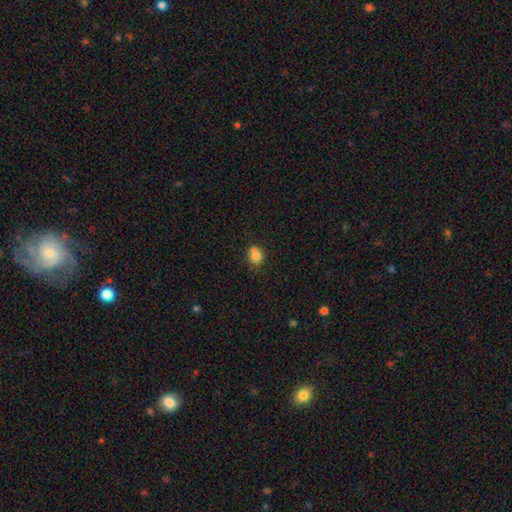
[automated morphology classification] A smooth galaxy with no disk features (79%) that is round (68%).

Vote fractions:
- Smooth or featured? smooth: 79% / star or artifact: 11% / featured or disk: 10%
- How rounded? round: 68% / in between: 31% / cigar-shaped: 1%
- Merging? none: 54% / merger: 21% / minor disturbance: 19% / major disturbance: 5%